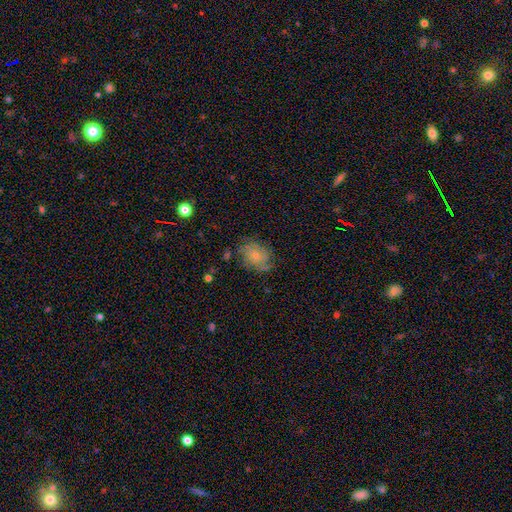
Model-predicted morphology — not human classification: Smooth or featured: featured or disk — 51% (smooth — 40%)
Edge-on disk: no — 97% (yes — 3%)
Merging: none — 65% (minor disturbance — 23%)